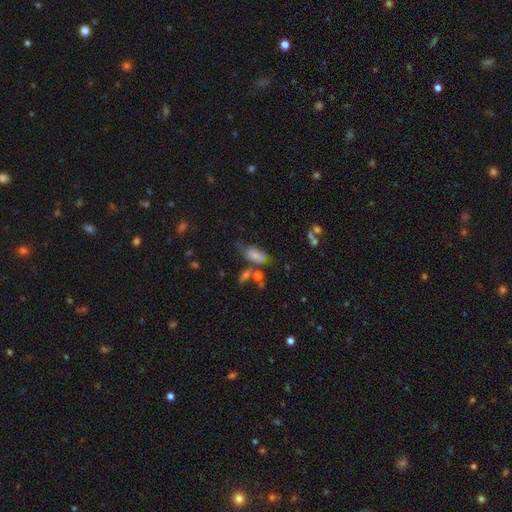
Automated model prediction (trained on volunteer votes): smooth 72%, featured or disk 17%, star or artifact 11%. Down the decision tree: how rounded — in between (89%); merging — none (35%).